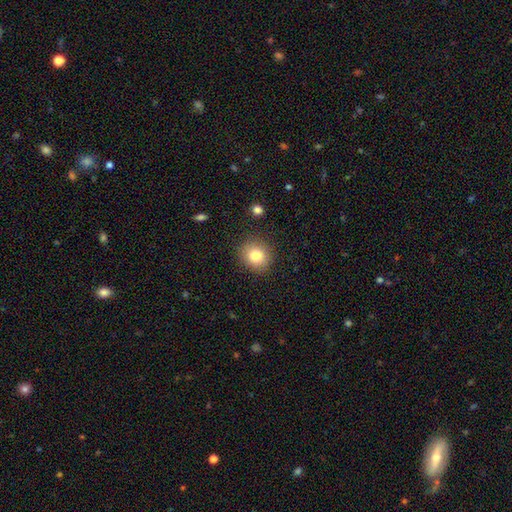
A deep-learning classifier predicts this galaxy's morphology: Smooth or featured: smooth — 81% (star or artifact — 10%)
How rounded: round — 80% (in between — 19%)
Merging: none — 87% (minor disturbance — 8%)